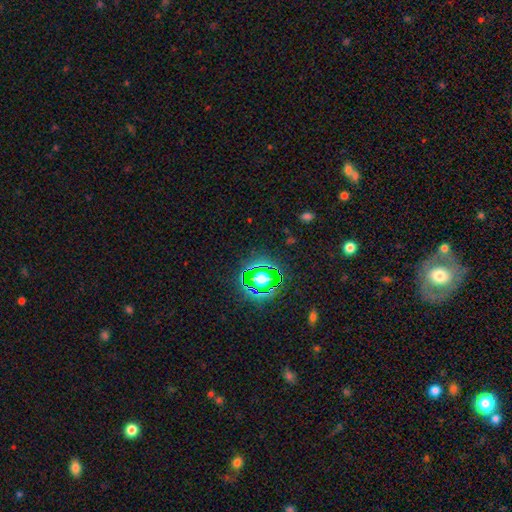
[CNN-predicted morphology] Smooth or featured: star or artifact — 71% (smooth — 19%)